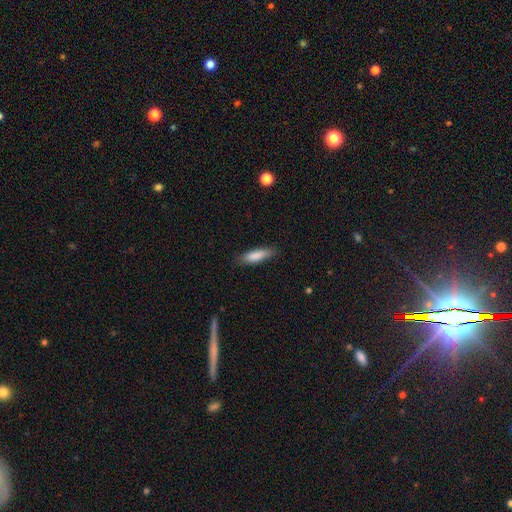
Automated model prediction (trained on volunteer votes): Smooth or featured?
  - smooth: 85% *
  - featured or disk: 9%
  - star or artifact: 6%
How rounded?
  - cigar-shaped: 65% *
  - in between: 33%
  - round: 1%
Merging?
  - none: 82% *
  - minor disturbance: 14%
  - major disturbance: 3%
  - merger: 1%